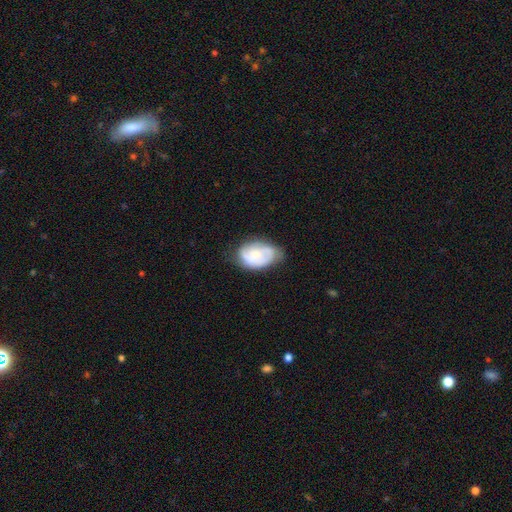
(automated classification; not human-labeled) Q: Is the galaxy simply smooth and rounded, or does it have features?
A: featured or disk — 51%.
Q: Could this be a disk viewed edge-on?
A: no — 97%.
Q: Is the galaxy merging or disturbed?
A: none — 54%.